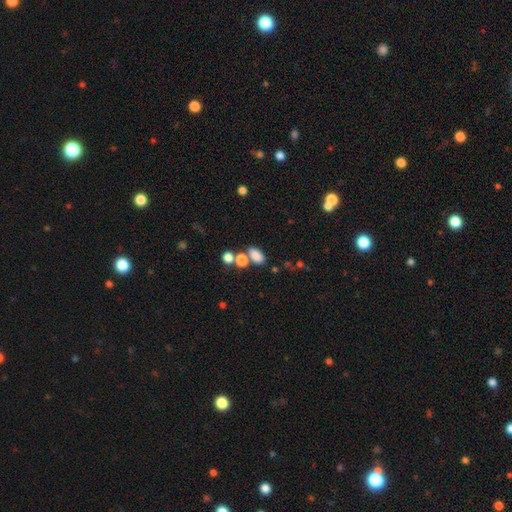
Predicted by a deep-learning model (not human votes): Smooth or featured? Predicted: smooth (p=0.81). How rounded? Predicted: in between (p=0.87). Merging? Predicted: none (p=0.61).